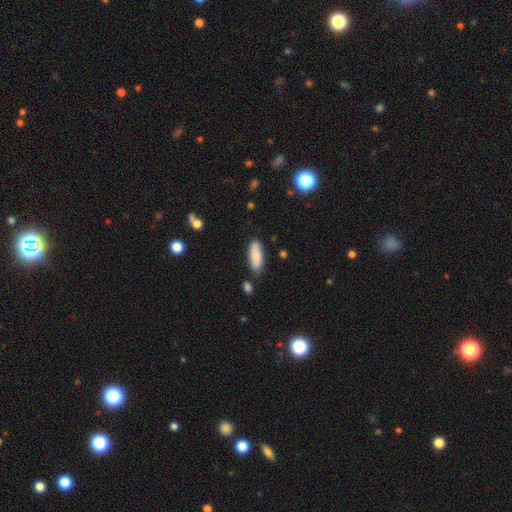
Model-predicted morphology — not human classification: Smooth or featured? smooth (86%)
How rounded? in between (71%)
Merging? none (79%)